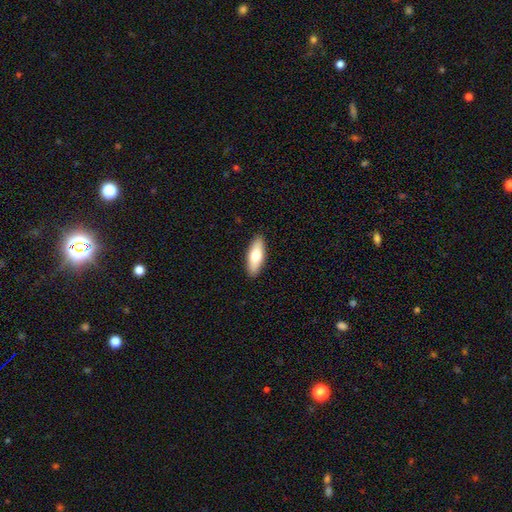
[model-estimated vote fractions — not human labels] Smooth or featured: smooth — 71% (featured or disk — 24%)
How rounded: in between — 68% (cigar-shaped — 29%)
Merging: none — 90% (minor disturbance — 7%)